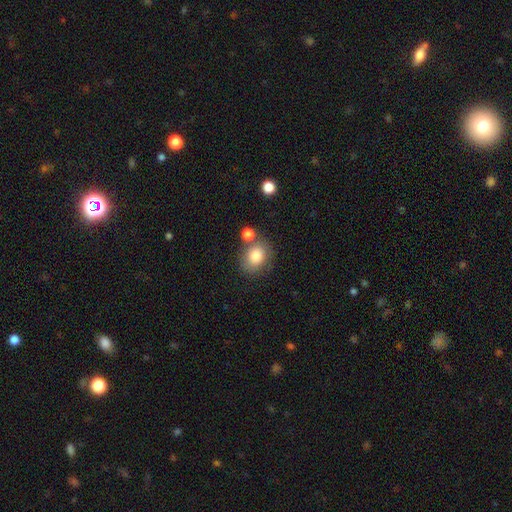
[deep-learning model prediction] Morphology: type=smooth (82%); roundness=round (58%); merging=none (64%).